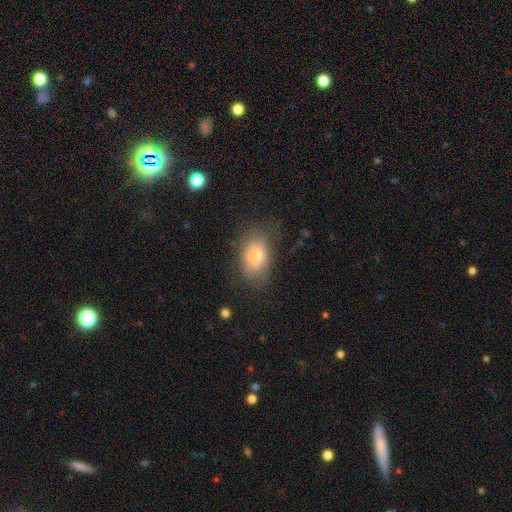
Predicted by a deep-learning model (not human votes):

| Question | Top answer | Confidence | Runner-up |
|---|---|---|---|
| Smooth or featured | smooth | 72% | featured or disk (20%) |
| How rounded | in between | 88% | round (11%) |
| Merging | none | 70% | minor disturbance (20%) |